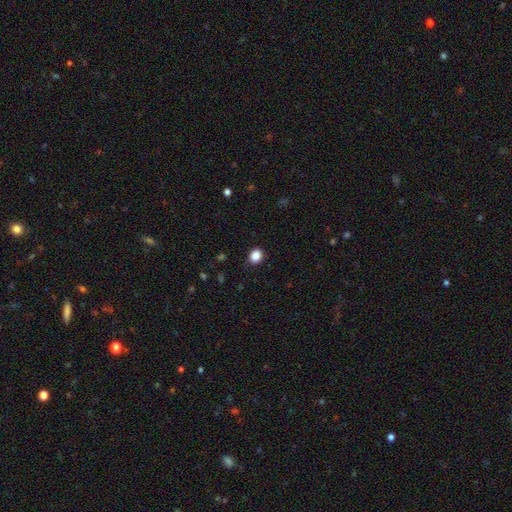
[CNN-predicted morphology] The model was most divided on "how rounded": round: 58%, in between: 41%, cigar-shaped: 1%. More confident: merging — none (88%); smooth or featured — smooth (87%).